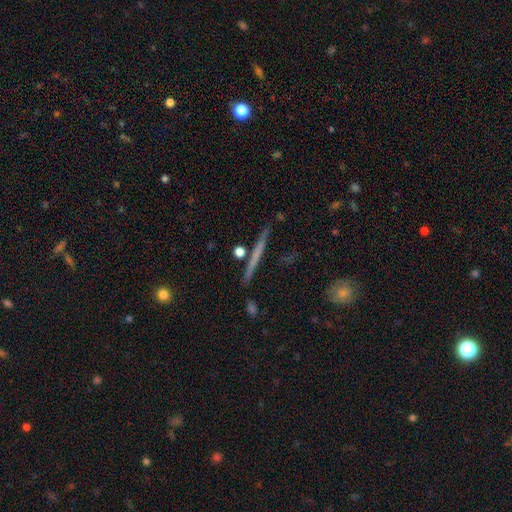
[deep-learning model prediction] Overall: featured or disk (63%; smooth 30%). Edge-on disk: yes (98%). Edge-on bulge: none (79%). Merging: none (90%).